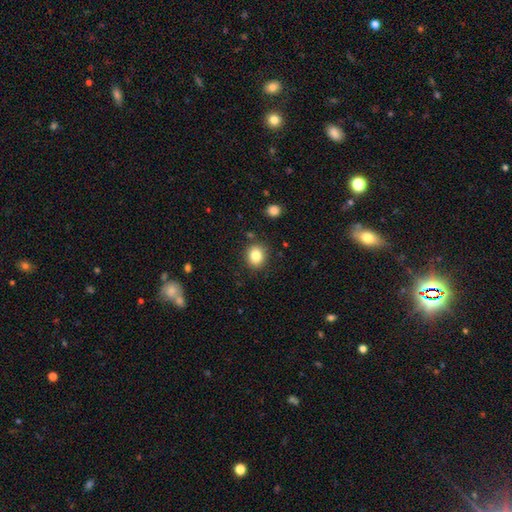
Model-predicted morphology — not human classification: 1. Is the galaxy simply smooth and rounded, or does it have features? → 83% smooth, 10% star or artifact, 7% featured or disk.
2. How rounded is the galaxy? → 70% round, 29% in between, 1% cigar-shaped.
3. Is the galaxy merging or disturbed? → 87% none, 8% minor disturbance, 2% major disturbance, 2% merger.